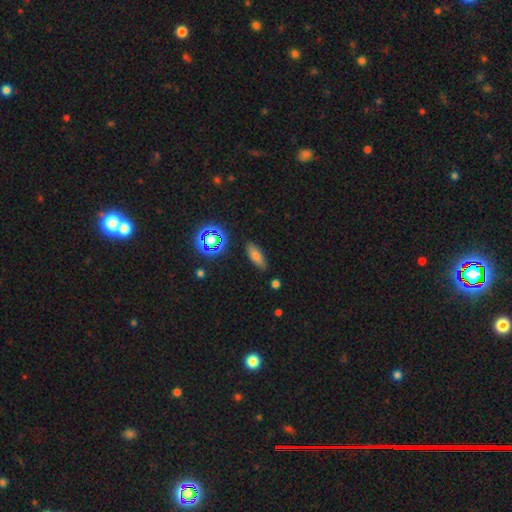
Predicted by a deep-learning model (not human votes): A smooth galaxy with no disk features (70%) that is in between round and cigar-shaped (68%).

Vote fractions:
- Smooth or featured? smooth: 70% / star or artifact: 16% / featured or disk: 14%
- How rounded? in between: 68% / cigar-shaped: 27% / round: 5%
- Merging? none: 83% / minor disturbance: 12% / major disturbance: 3% / merger: 2%